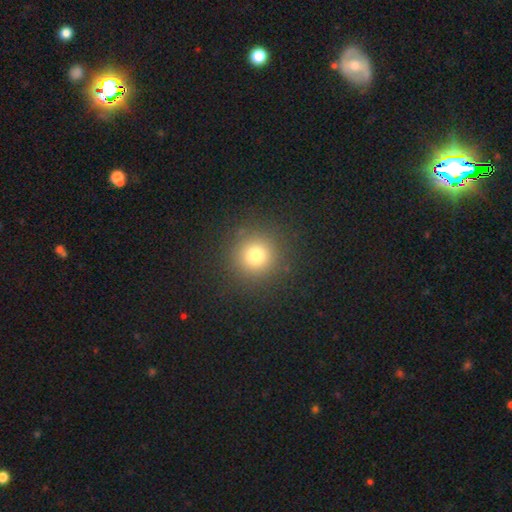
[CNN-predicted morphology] smooth 75%, star or artifact 17%, featured or disk 7%. Down the decision tree: how rounded — round (95%); merging — none (92%).